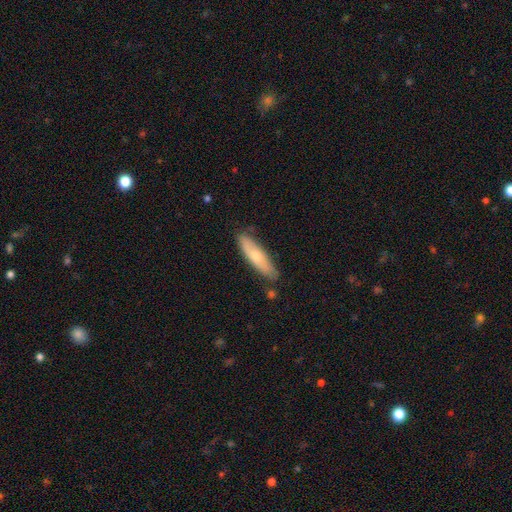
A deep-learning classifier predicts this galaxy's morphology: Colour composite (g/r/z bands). It shows a smooth galaxy with no disk features (62%) that is cigar-shaped (67%). Merging: none (77%).